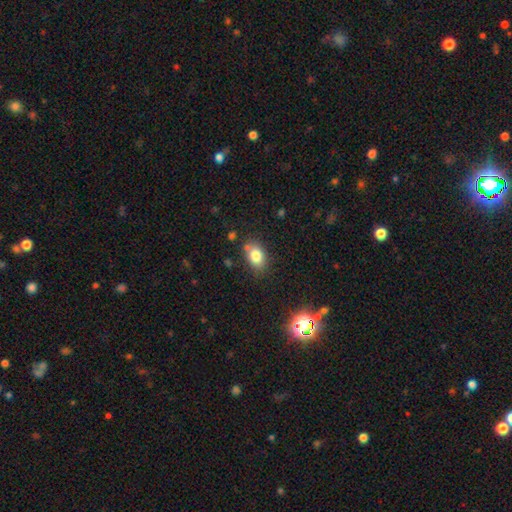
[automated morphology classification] A smooth galaxy with no disk features (81%) that is in between round and cigar-shaped (78%).

Vote fractions:
- Smooth or featured? smooth: 81% / star or artifact: 10% / featured or disk: 9%
- How rounded? in between: 78% / round: 20% / cigar-shaped: 2%
- Merging? none: 74% / minor disturbance: 15% / merger: 6% / major disturbance: 4%